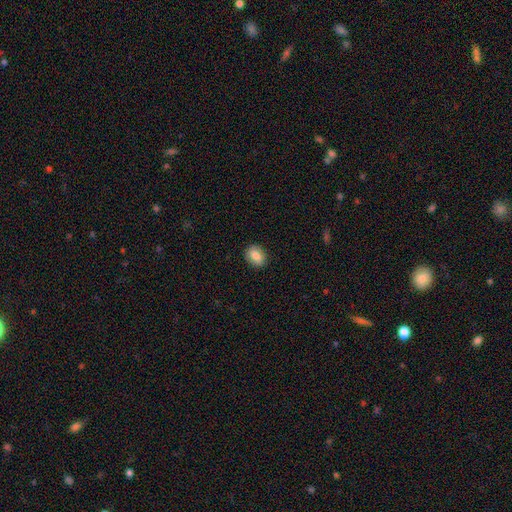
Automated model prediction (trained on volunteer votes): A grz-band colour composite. It shows a smooth galaxy with no disk features (82%) that is in between round and cigar-shaped (56%). Merging: none (88%).